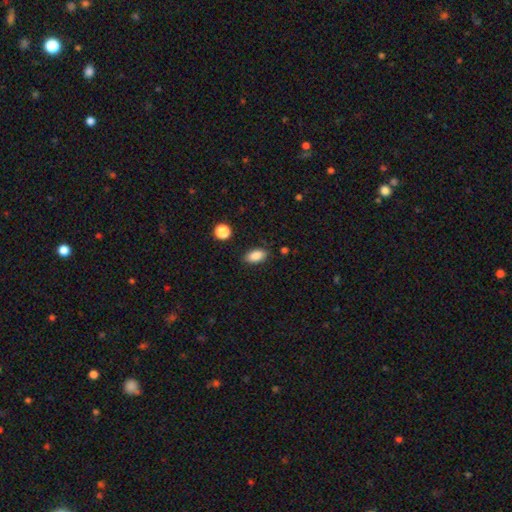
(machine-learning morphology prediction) Smooth or featured? Predicted: smooth (p=0.87). How rounded? Predicted: in between (p=0.90). Merging? Predicted: none (p=0.84).